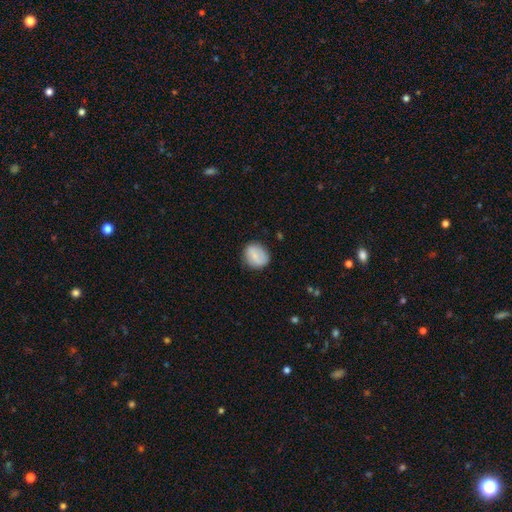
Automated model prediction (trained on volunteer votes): Smooth or featured? smooth (74%)
How rounded? round (61%)
Merging? none (80%)